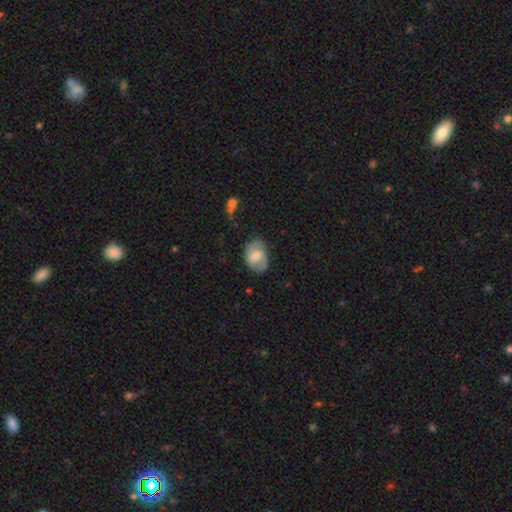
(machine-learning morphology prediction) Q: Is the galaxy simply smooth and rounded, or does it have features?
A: smooth — 48%.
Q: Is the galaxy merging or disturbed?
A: none — 70%.